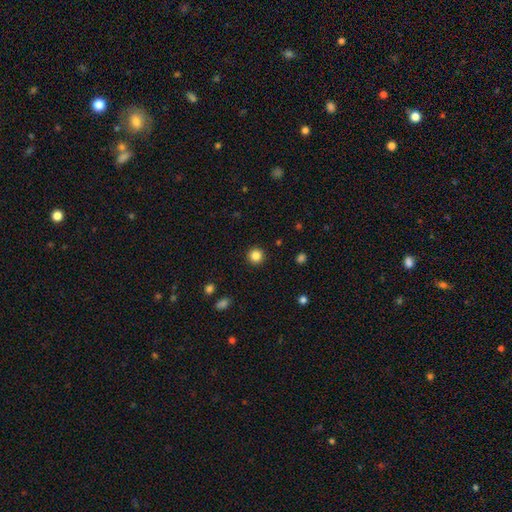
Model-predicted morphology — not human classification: Smooth or featured? Predicted: smooth (p=0.84). How rounded? Predicted: round (p=0.95). Merging? Predicted: none (p=0.93).